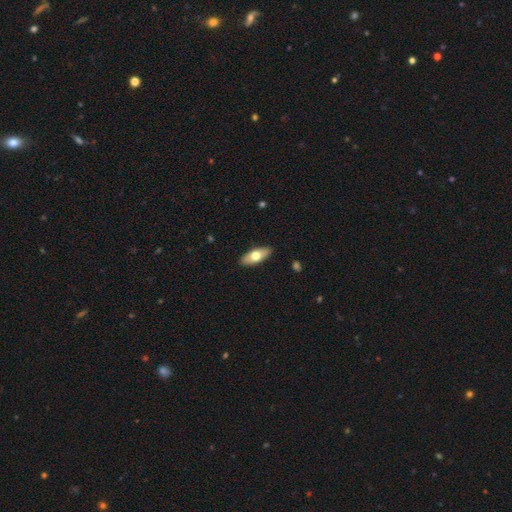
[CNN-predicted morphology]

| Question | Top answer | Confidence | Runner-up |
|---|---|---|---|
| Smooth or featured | smooth | 65% | featured or disk (29%) |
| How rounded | in between | 79% | cigar-shaped (18%) |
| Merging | none | 90% | minor disturbance (8%) |